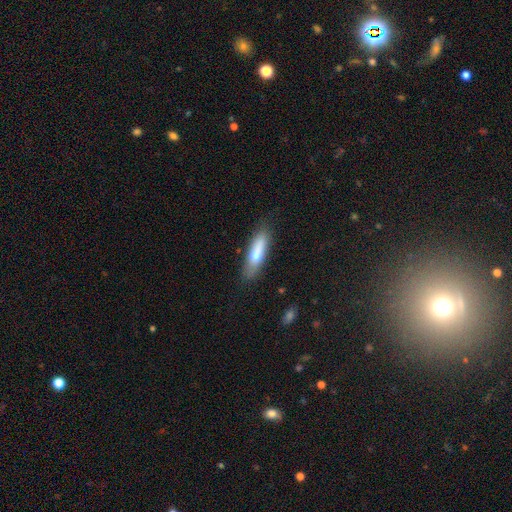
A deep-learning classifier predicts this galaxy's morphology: type=smooth (70%); roundness=cigar-shaped (62%); merging=none (74%).